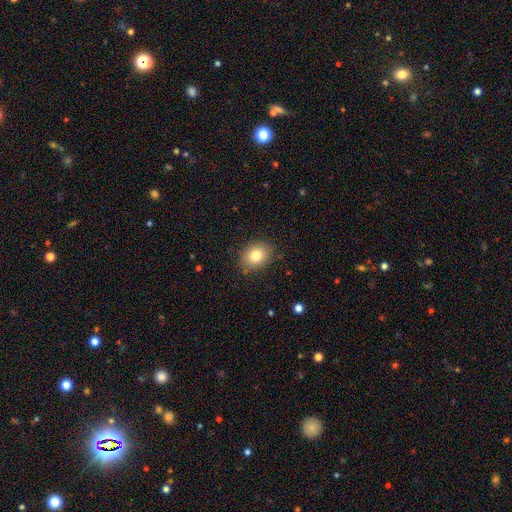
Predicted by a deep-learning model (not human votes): Q: Smooth or featured?
A: smooth (81%); runner-up: star or artifact (10%)
Q: How rounded?
A: round (51%); runner-up: in between (48%)
Q: Merging?
A: none (86%); runner-up: minor disturbance (10%)